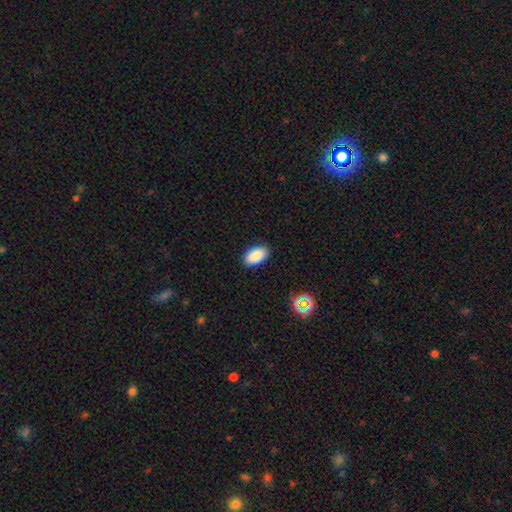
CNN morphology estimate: smooth_or_featured: smooth (p=0.88) [alt: star or artifact p=0.08]
how_rounded: in between (p=0.94) [alt: round p=0.04]
merging: none (p=0.88) [alt: minor disturbance p=0.09]